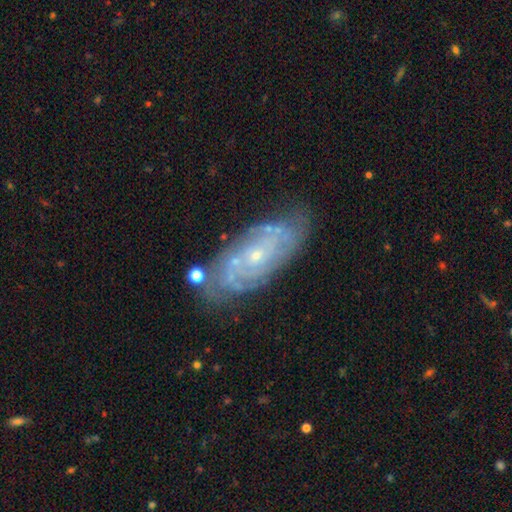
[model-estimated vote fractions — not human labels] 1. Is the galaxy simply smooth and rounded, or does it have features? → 82% featured or disk, 11% smooth, 7% star or artifact.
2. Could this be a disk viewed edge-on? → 92% no, 8% yes.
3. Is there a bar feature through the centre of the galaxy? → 75% no, 20% weak, 5% strong.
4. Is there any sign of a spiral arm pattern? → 91% yes, 9% no.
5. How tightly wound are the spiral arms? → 70% tight, 24% medium, 6% loose.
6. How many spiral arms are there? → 44% can't tell, 21% 2, 13% 3, 11% 4, 6% more than 4, 5% 1.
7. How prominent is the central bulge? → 78% small, 18% moderate, 2% none, 1% large, 1% dominant.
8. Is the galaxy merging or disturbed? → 74% none, 18% minor disturbance, 5% major disturbance, 3% merger.